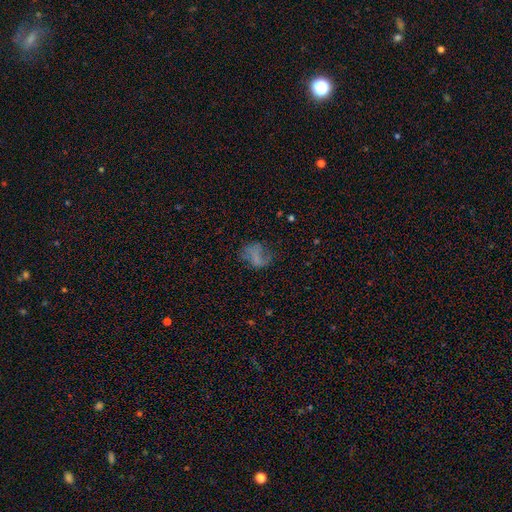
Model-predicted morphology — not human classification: Smooth or featured? Predicted: smooth (p=0.48). Merging? Predicted: none (p=0.48).